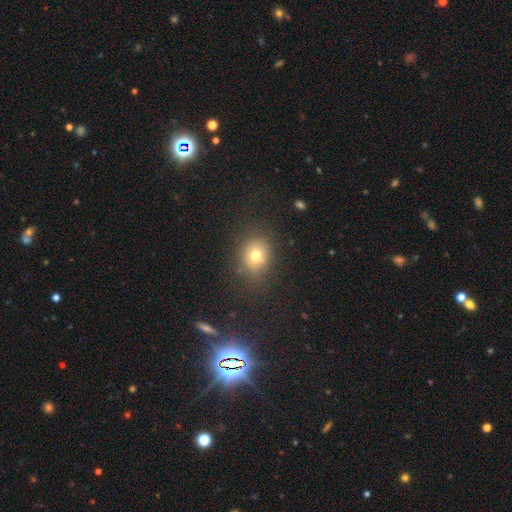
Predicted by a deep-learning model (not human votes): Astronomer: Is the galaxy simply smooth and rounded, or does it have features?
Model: smooth — 72%.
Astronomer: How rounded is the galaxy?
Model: round — 62% (runner-up: in between, 37%).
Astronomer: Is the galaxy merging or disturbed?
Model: none — 79%.